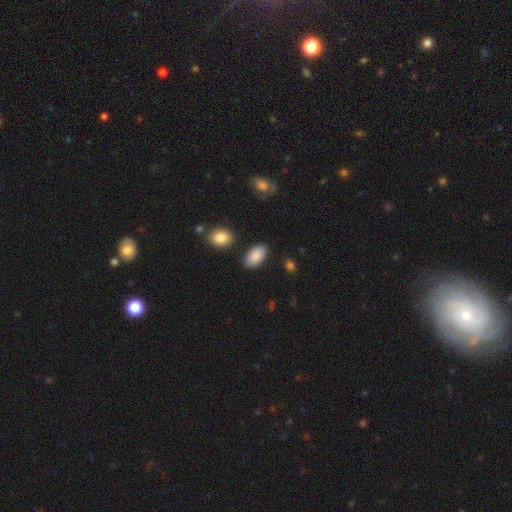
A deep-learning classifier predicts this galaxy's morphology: Smooth or featured: smooth — 88% (star or artifact — 6%)
How rounded: in between — 94% (round — 4%)
Merging: none — 86% (minor disturbance — 9%)